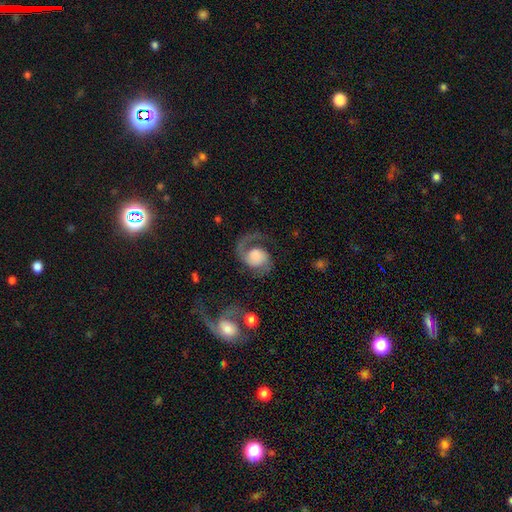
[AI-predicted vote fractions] Q: Smooth or featured?
A: featured or disk (83%); runner-up: smooth (11%)
Q: Edge-on disk?
A: no (98%); runner-up: yes (2%)
Q: Bar?
A: no (68%); runner-up: weak (25%)
Q: Spiral arms?
A: yes (96%); runner-up: no (4%)
Q: Spiral winding?
A: medium (49%); runner-up: loose (32%)
Q: Spiral arm count?
A: 2 (68%); runner-up: 1 (27%)
Q: Bulge size?
A: large (30%); tied with: moderate (30%)
Q: Merging?
A: none (57%); runner-up: major disturbance (21%)